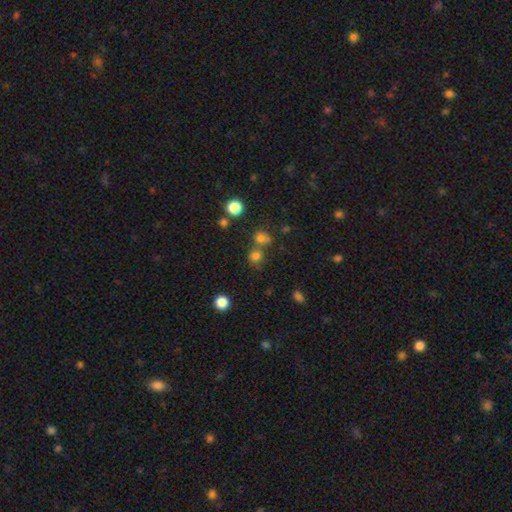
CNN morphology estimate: Q: Smooth or featured?
A: smooth (73%); runner-up: star or artifact (20%)
Q: How rounded?
A: round (87%); runner-up: in between (12%)
Q: Merging?
A: none (61%); runner-up: merger (27%)